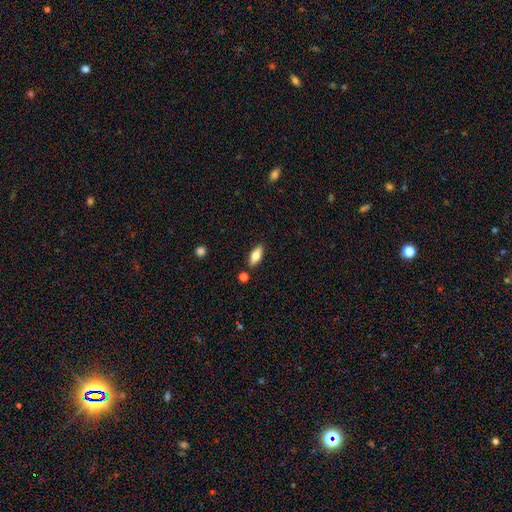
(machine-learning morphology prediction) A smooth galaxy with no disk features (69%) that is in between round and cigar-shaped (77%).

Vote fractions:
- Smooth or featured? smooth: 69% / featured or disk: 24% / star or artifact: 7%
- How rounded? in between: 77% / cigar-shaped: 20% / round: 3%
- Merging? none: 85% / minor disturbance: 9% / merger: 4% / major disturbance: 2%